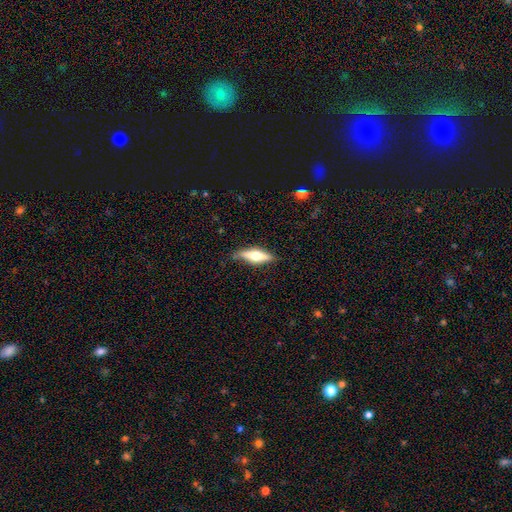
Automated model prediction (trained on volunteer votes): Morphology: type=featured or disk (51%); edge-on=yes (91%); merging=none (81%).